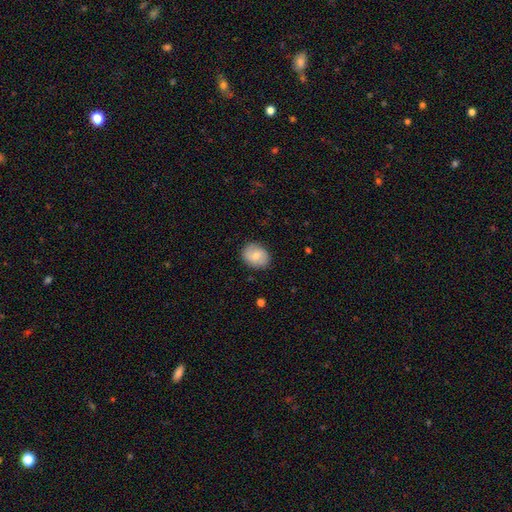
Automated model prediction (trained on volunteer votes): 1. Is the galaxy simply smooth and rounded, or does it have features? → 69% smooth, 24% featured or disk, 7% star or artifact.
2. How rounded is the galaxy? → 50% in between, 49% round, 1% cigar-shaped.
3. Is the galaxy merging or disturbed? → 86% none, 11% minor disturbance, 2% major disturbance, 1% merger.